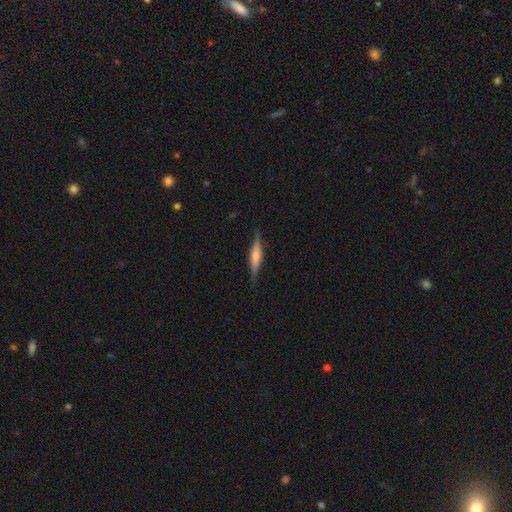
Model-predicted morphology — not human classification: Smooth or featured? featured or disk (57%)
Edge-on disk? yes (96%)
Edge-on bulge? rounded (59%)
Merging? none (86%)